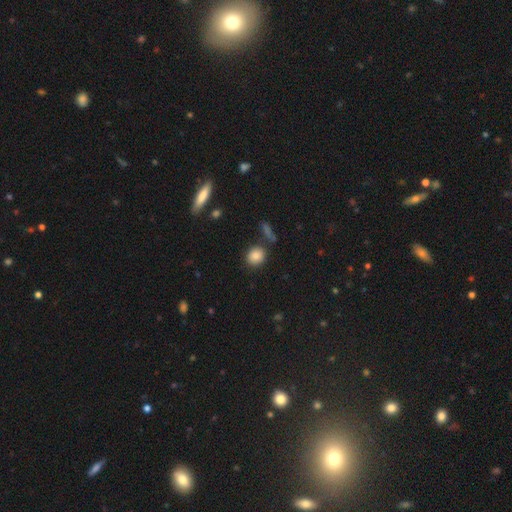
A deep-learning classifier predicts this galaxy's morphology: smooth_or_featured: smooth (p=0.85) [alt: star or artifact p=0.09]
how_rounded: round (p=0.75) [alt: in between p=0.24]
merging: none (p=0.80) [alt: minor disturbance p=0.10]